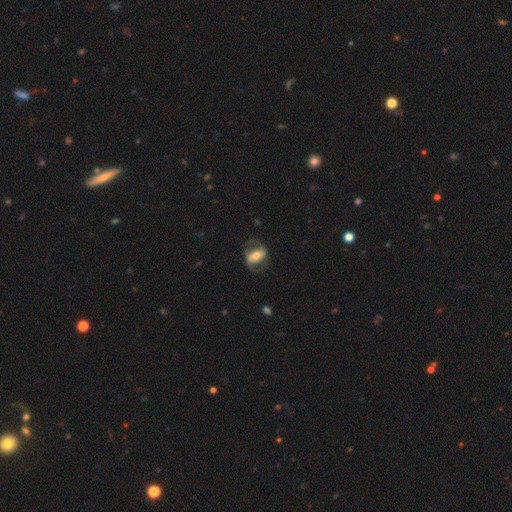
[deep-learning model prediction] Overall: featured or disk (67%). Edge-on disk: no (93%). Bar: strong (56%; weak 26%). Spiral arms: yes (73%). Bulge size: moderate (49%; small 31%). Merging: none (67%).